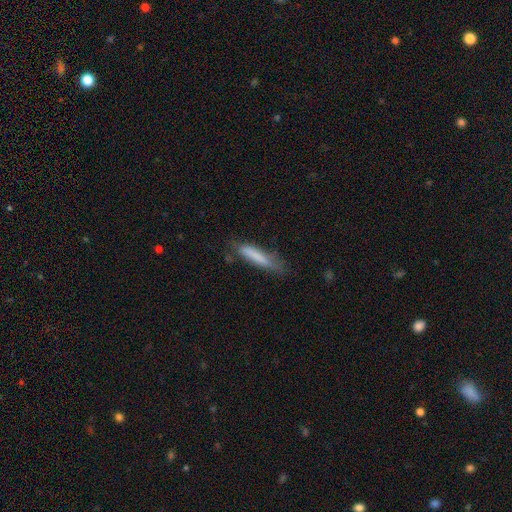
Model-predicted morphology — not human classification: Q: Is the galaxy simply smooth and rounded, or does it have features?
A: smooth — 74%.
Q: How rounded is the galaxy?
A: cigar-shaped — 87%.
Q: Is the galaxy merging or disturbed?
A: none — 61%.